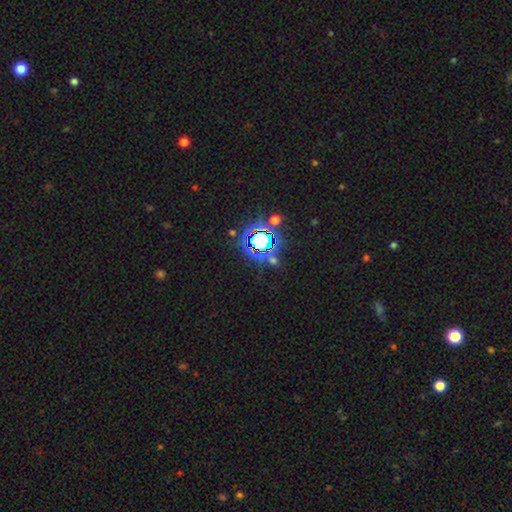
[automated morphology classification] Q: Smooth or featured?
A: star or artifact (83%); runner-up: smooth (10%)